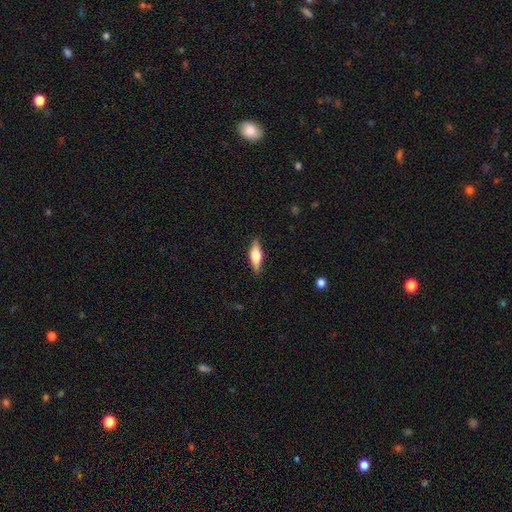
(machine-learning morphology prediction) Smooth or featured? smooth (48%)
Merging? none (87%)